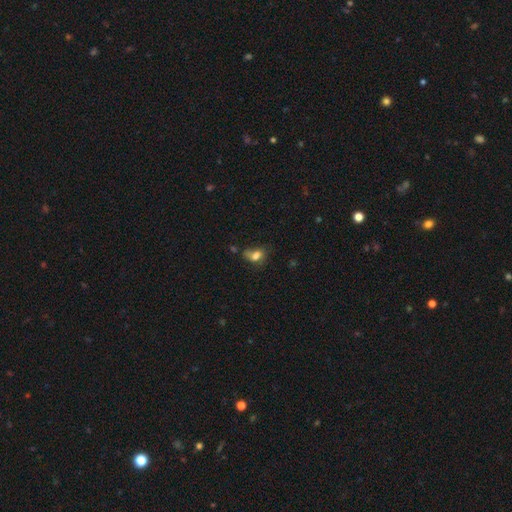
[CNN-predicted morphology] smooth 72%, featured or disk 14%, star or artifact 13%. Down the decision tree: how rounded — in between (76%); merging — none (36%).